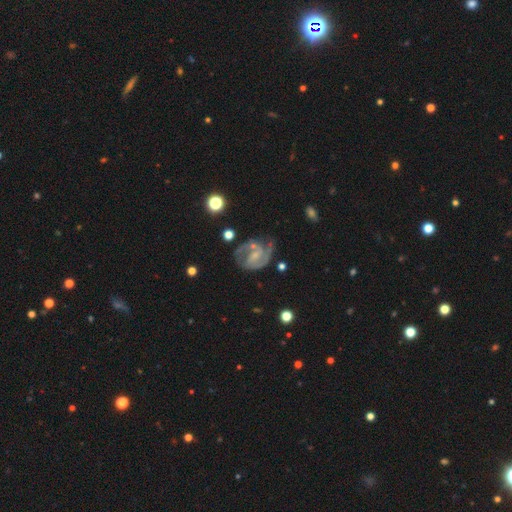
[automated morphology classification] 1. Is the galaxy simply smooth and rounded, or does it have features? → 86% featured or disk, 8% smooth, 6% star or artifact.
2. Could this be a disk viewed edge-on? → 98% no, 2% yes.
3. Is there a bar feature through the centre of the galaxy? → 51% weak, 28% no, 21% strong.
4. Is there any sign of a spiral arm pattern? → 94% yes, 6% no.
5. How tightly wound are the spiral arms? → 53% medium, 33% tight, 14% loose.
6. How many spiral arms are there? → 78% 2, 8% can't tell, 6% 3, 5% 1, 2% 4, 2% more than 4.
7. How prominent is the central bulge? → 58% small, 20% none, 19% moderate, 2% large, 1% dominant.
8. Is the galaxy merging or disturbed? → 58% none, 21% minor disturbance, 15% major disturbance, 6% merger.